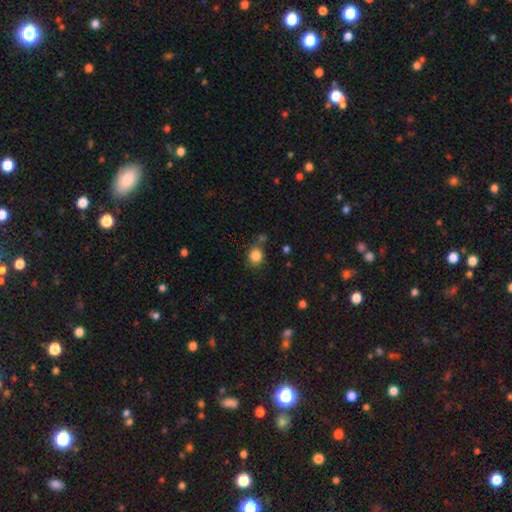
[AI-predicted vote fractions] Morphology: type=smooth (85%); roundness=round (79%); merging=none (74%).